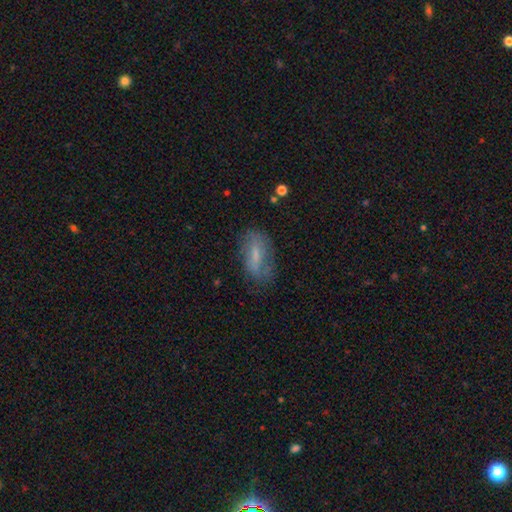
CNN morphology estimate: smooth 55%, featured or disk 36%, star or artifact 9%. Down the decision tree: how rounded — in between (80%); merging — none (61%).